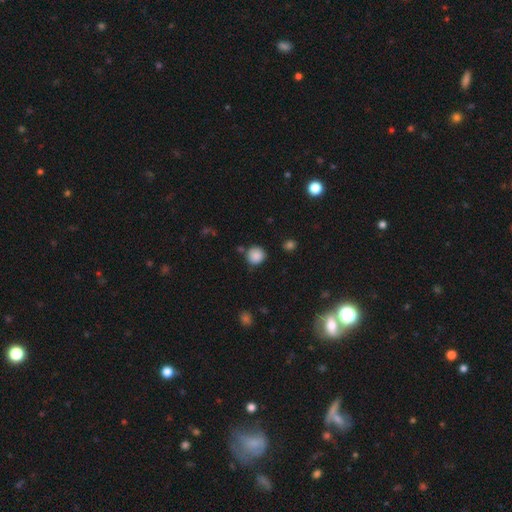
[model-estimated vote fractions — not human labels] smooth 86%, star or artifact 10%, featured or disk 4%. Down the decision tree: how rounded — round (91%); merging — none (78%).